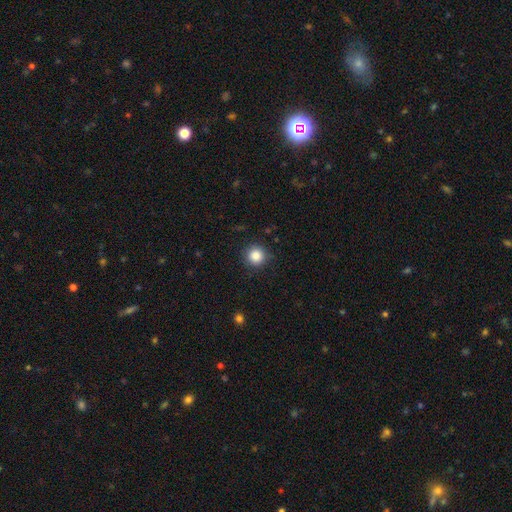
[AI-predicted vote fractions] Smooth or featured?
  - smooth: 86% *
  - star or artifact: 10%
  - featured or disk: 4%
How rounded?
  - round: 95% *
  - in between: 4%
  - cigar-shaped: 1%
Merging?
  - none: 88% *
  - minor disturbance: 8%
  - major disturbance: 3%
  - merger: 1%